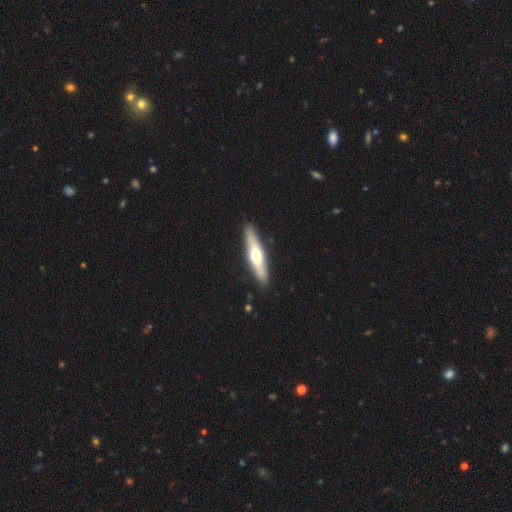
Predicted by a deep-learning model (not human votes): smooth-or-featured: featured or disk: 54% | smooth: 41% | star or artifact: 5%
  disk-edge-on: yes: 90% | no: 10%
  merging: none: 90% | minor disturbance: 7% | major disturbance: 2% | merger: 1%